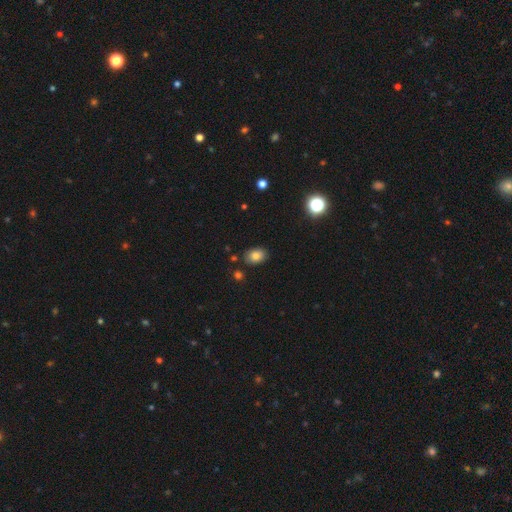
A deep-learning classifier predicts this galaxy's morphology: smooth 81%, star or artifact 11%, featured or disk 8%. Down the decision tree: how rounded — in between (77%); merging — none (84%).